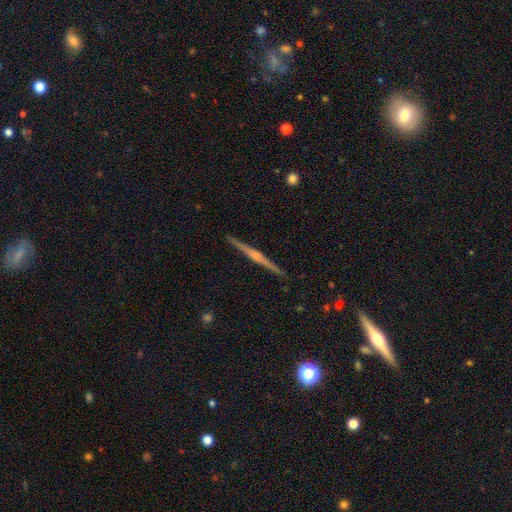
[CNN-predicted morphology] featured or disk 78%, smooth 16%, star or artifact 6%. Down the decision tree: edge-on disk — yes (99%); edge-on bulge — rounded (69%); merging — none (93%).